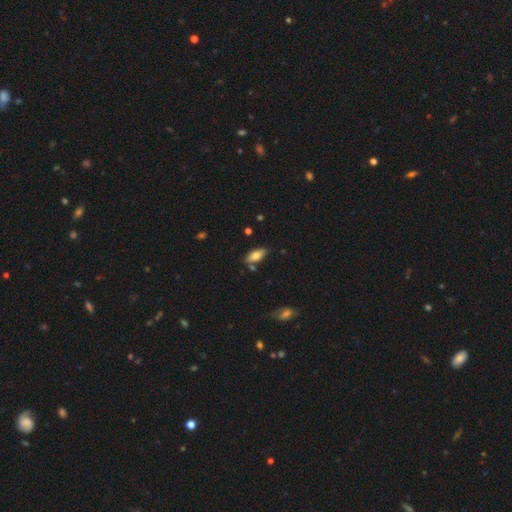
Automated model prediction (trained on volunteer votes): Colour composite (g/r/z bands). It shows a smooth galaxy with no disk features (75%) that is in between round and cigar-shaped (81%). Merging: none (75%).